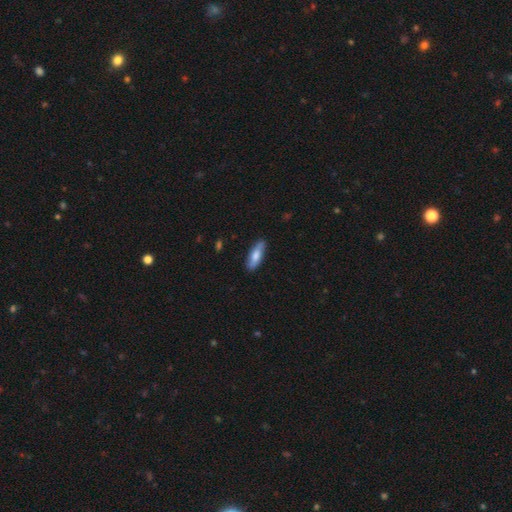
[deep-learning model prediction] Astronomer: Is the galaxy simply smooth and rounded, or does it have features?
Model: smooth — 66%.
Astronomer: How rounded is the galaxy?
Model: in between — 50% (runner-up: cigar-shaped, 48%).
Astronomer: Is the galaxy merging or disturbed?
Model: none — 83%.